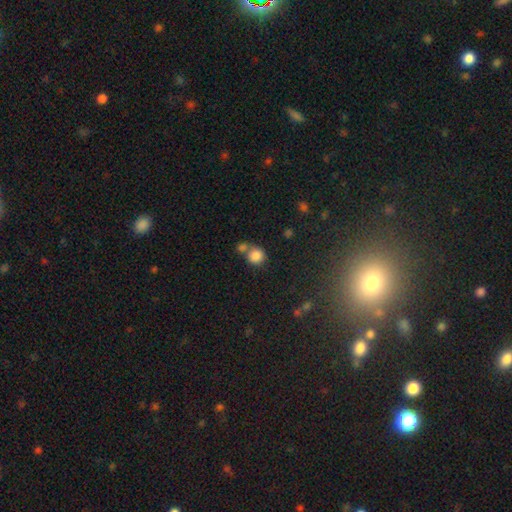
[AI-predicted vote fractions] Smooth or featured: smooth — 84% (star or artifact — 10%)
How rounded: round — 87% (in between — 12%)
Merging: none — 50% (merger — 37%)